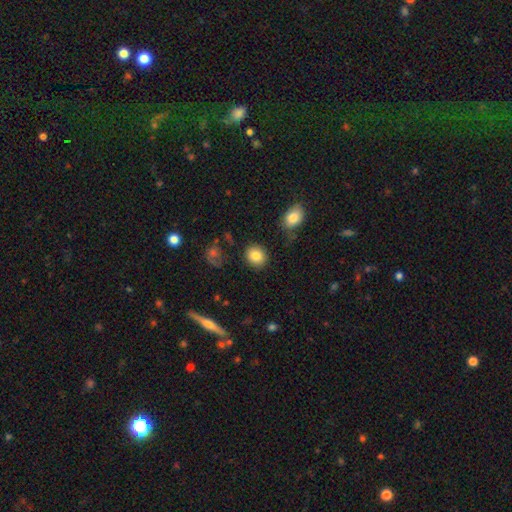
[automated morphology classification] Smooth or featured: smooth — 85% (star or artifact — 9%)
How rounded: round — 77% (in between — 22%)
Merging: none — 87% (minor disturbance — 8%)